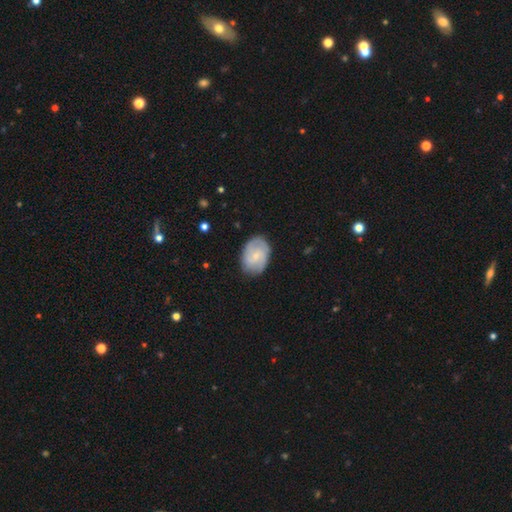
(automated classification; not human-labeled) This appears to be a featured or disk galaxy (63%) with no bar (53%), 2 (51%) tight (44%) spiral arms (88%) and a small central bulge (72%). Merging: none (79%).